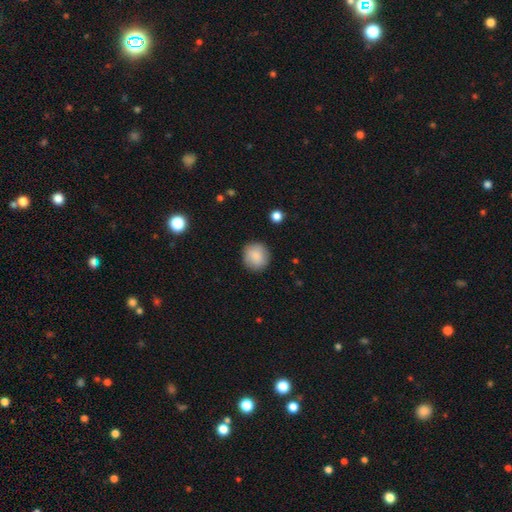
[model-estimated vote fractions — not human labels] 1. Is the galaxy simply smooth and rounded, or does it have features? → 86% smooth, 7% star or artifact, 7% featured or disk.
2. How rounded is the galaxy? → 91% round, 8% in between, 1% cigar-shaped.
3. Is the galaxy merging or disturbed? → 87% none, 9% minor disturbance, 2% major disturbance, 1% merger.